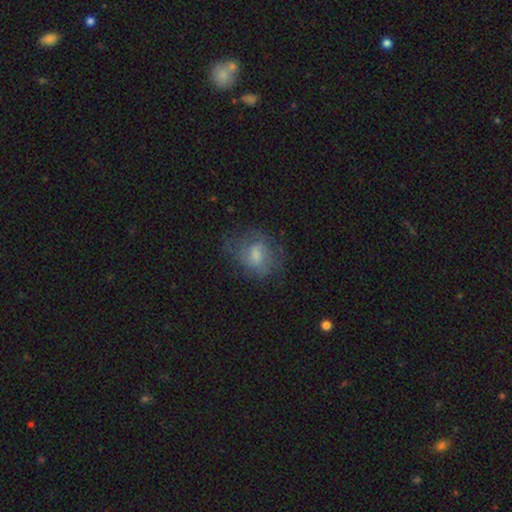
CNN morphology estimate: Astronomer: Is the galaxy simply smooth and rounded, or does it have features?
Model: smooth — 45% (runner-up: featured or disk, 44%).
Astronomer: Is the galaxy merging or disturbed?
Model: none — 60%.